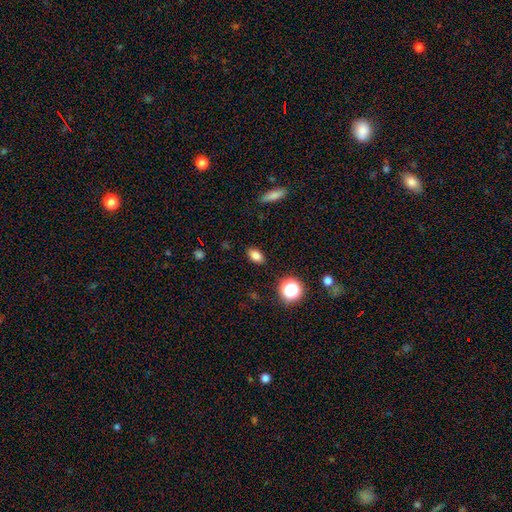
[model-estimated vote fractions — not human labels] Smooth or featured?
  - smooth: 81% *
  - star or artifact: 13%
  - featured or disk: 6%
How rounded?
  - in between: 83% *
  - round: 14%
  - cigar-shaped: 3%
Merging?
  - none: 87% *
  - minor disturbance: 9%
  - major disturbance: 2%
  - merger: 1%